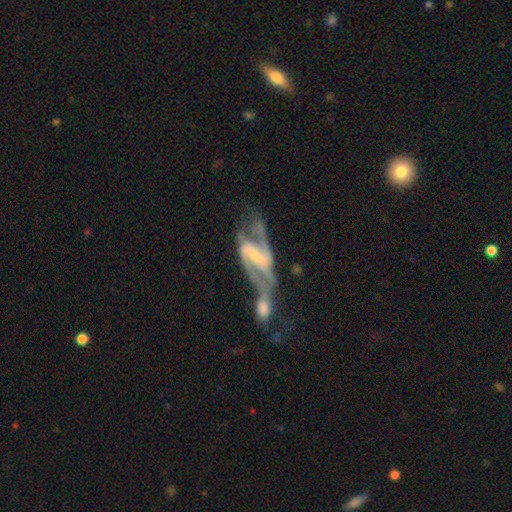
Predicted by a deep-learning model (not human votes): Smooth or featured? featured or disk (89%)
Edge-on disk? no (96%)
Bar? weak (46%)
Spiral arms? yes (96%)
Spiral winding? medium (48%)
Spiral arm count? 2 (89%)
Bulge size? small (58%)
Merging? merger (55%)